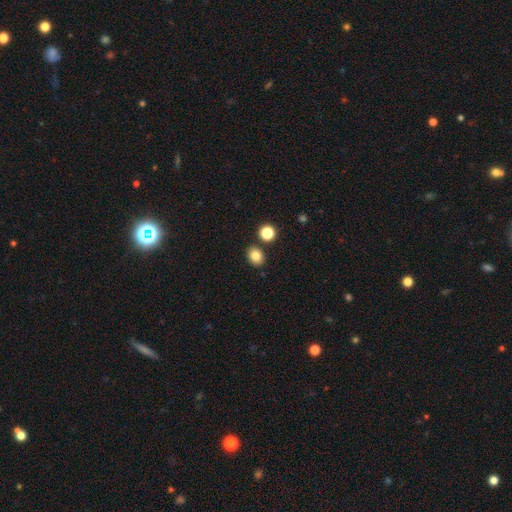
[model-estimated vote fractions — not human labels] Smooth or featured? Predicted: smooth (p=0.82). How rounded? Predicted: round (p=0.58). Merging? Predicted: none (p=0.83).